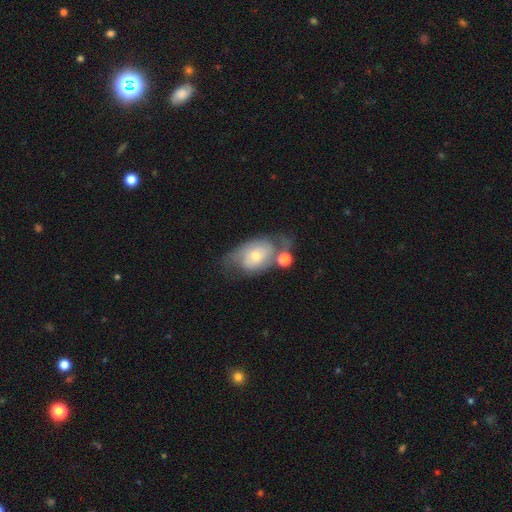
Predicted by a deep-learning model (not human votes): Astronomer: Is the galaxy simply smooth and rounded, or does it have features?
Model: featured or disk — 56% (runner-up: smooth, 37%).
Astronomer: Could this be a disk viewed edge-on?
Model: no — 94%.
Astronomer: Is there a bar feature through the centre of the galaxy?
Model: no — 72%.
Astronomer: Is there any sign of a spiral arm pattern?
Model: yes — 71%.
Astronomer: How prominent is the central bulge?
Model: small — 50% (runner-up: moderate, 41%).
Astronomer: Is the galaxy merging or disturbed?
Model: none — 37% (runner-up: minor disturbance, 23%).